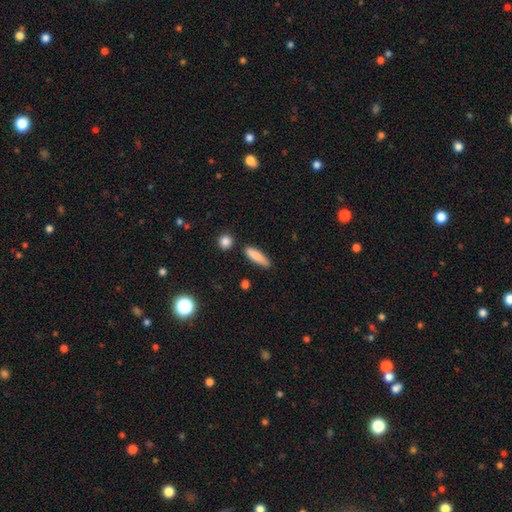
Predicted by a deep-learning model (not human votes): smooth-or-featured: smooth: 82% | featured or disk: 11% | star or artifact: 7%
  how-rounded: cigar-shaped: 65% | in between: 32% | round: 3%
  merging: none: 79% | minor disturbance: 14% | merger: 4% | major disturbance: 3%